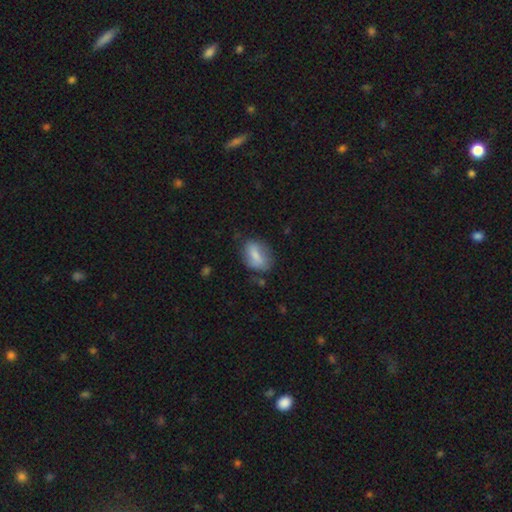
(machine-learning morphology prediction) Smooth or featured?
  - smooth: 70% *
  - featured or disk: 22%
  - star or artifact: 8%
How rounded?
  - in between: 82% *
  - round: 14%
  - cigar-shaped: 4%
Merging?
  - none: 63% *
  - minor disturbance: 25%
  - major disturbance: 8%
  - merger: 3%